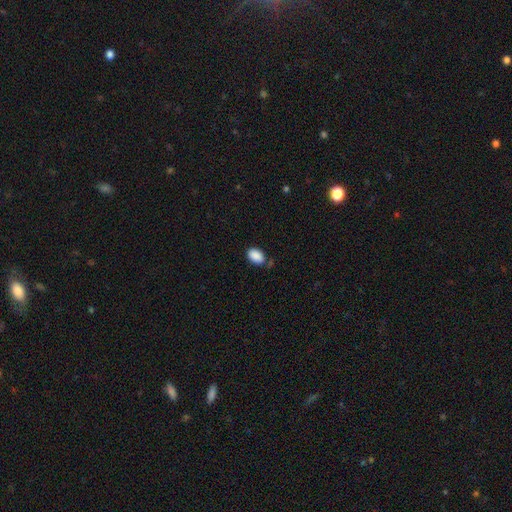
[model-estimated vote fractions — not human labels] Smooth or featured?
  - smooth: 89% *
  - star or artifact: 8%
  - featured or disk: 3%
How rounded?
  - in between: 88% *
  - round: 11%
  - cigar-shaped: 1%
Merging?
  - none: 73% *
  - minor disturbance: 18%
  - merger: 5%
  - major disturbance: 4%